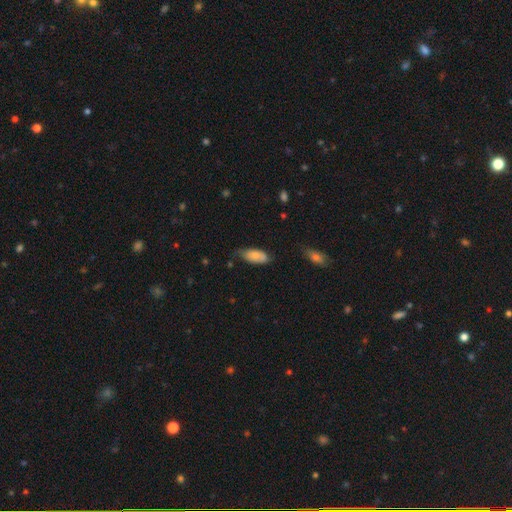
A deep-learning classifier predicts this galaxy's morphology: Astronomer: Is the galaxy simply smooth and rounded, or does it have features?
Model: smooth — 76%.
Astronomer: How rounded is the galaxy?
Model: in between — 89%.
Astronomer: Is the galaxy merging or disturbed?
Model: none — 55% (runner-up: minor disturbance, 36%).